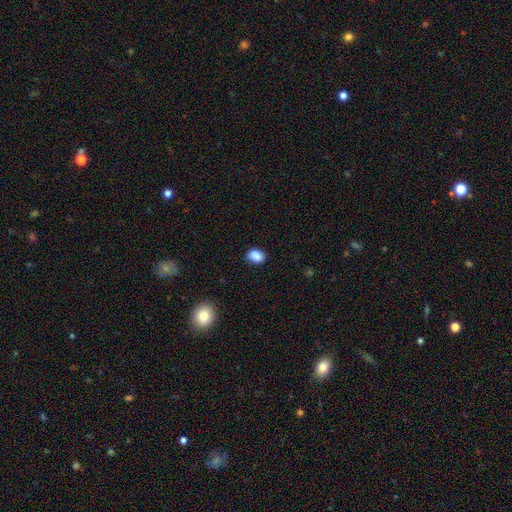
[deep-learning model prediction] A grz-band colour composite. It shows a smooth galaxy with no disk features (88%) that is in between round and cigar-shaped (74%). Merging: none (83%).